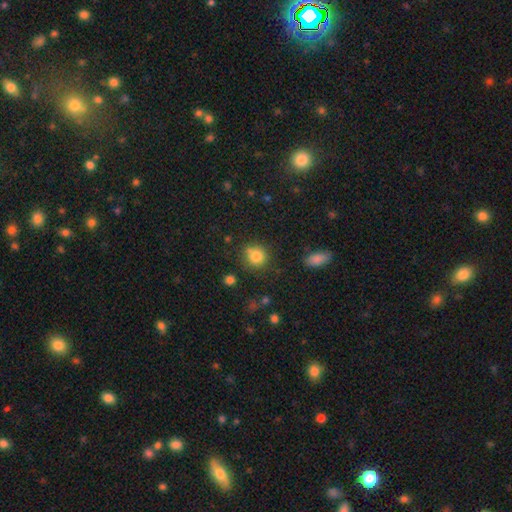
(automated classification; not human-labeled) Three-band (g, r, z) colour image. It shows a smooth galaxy with no disk features (81%) that is round (87%). Merging: none (71%).